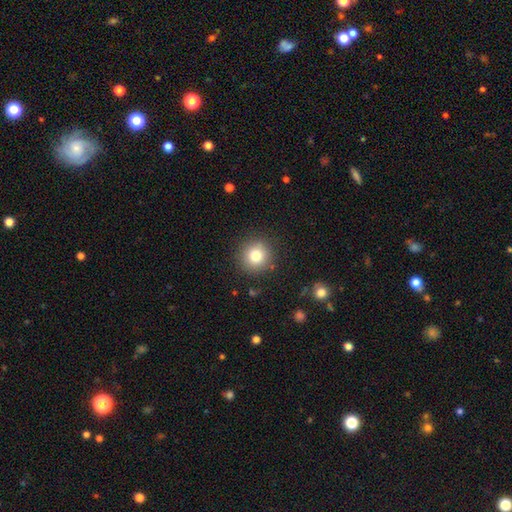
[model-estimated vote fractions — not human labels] Smooth or featured? Predicted: smooth (p=0.78). How rounded? Predicted: round (p=0.93). Merging? Predicted: none (p=0.89).